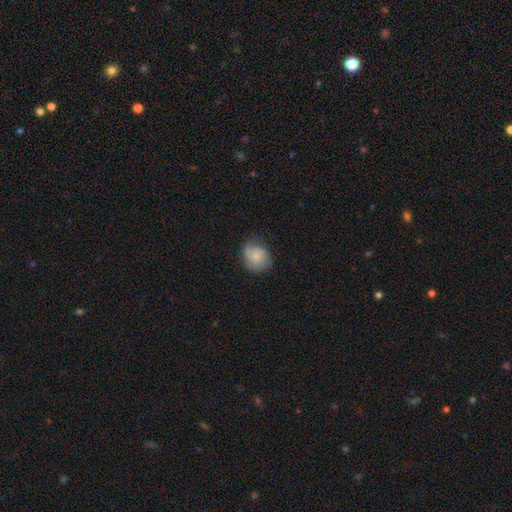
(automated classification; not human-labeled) Smooth or featured?
  - smooth: 53% *
  - featured or disk: 39%
  - star or artifact: 7%
How rounded?
  - round: 64% *
  - in between: 35%
  - cigar-shaped: 1%
Merging?
  - none: 64% *
  - minor disturbance: 25%
  - major disturbance: 10%
  - merger: 1%